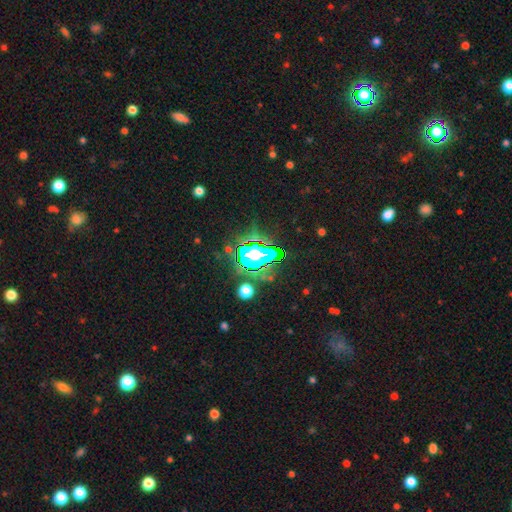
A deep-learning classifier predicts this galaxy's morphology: This appears to be a star or artifact, not a galaxy (55%).